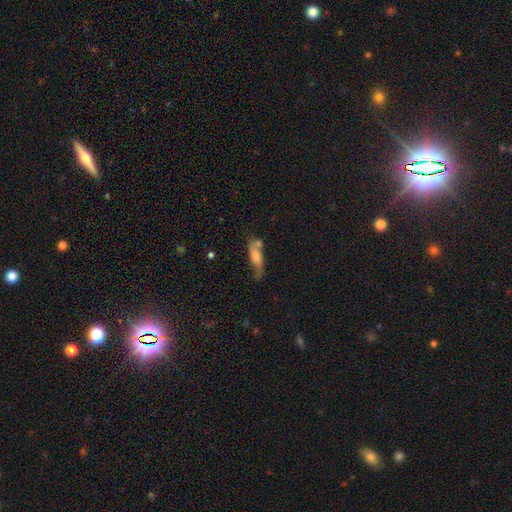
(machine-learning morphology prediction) Smooth or featured: smooth — 56% (featured or disk — 36%)
How rounded: in between — 51% (cigar-shaped — 46%)
Merging: none — 42% (minor disturbance — 25%)